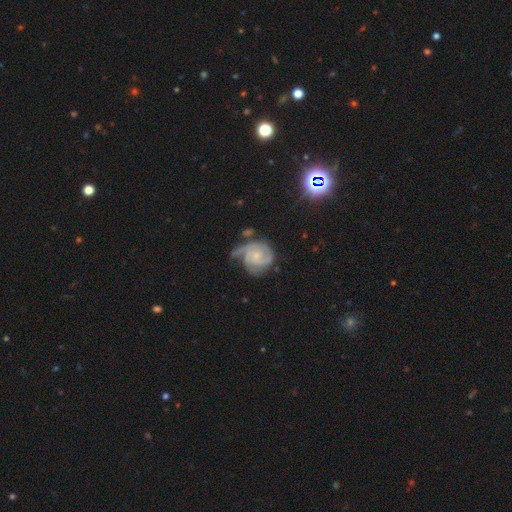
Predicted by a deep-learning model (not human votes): This is clearly a featured or disk galaxy (82%). It is clearly not viewed edge-on (98%). Bar: likely no (72%). Spiral arm pattern: clearly yes (96%). Spiral arm count: marginally 3 (34%). Spiral winding: possibly tight (52%). Central bulge: likely small (69%). Merging: possibly none (45%).